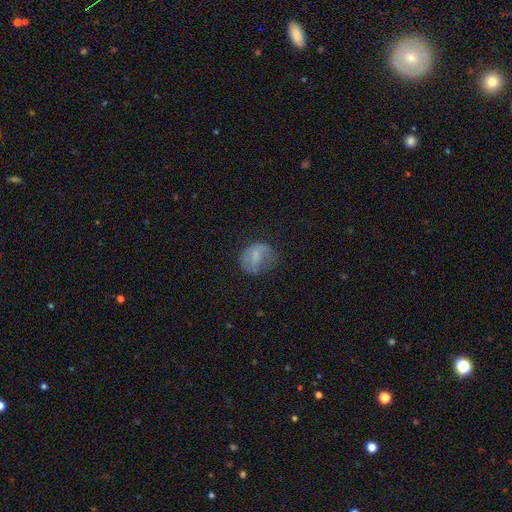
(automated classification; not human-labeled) smooth_or_featured: smooth (p=0.62) [alt: featured or disk p=0.27]
how_rounded: round (p=0.54) [alt: in between p=0.45]
merging: none (p=0.44) [alt: minor disturbance p=0.30]